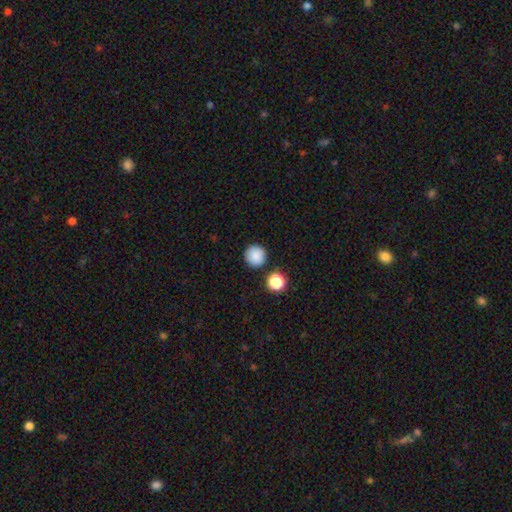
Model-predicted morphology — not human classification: Overall: smooth (86%). How rounded: round (96%). Merging: none (88%).